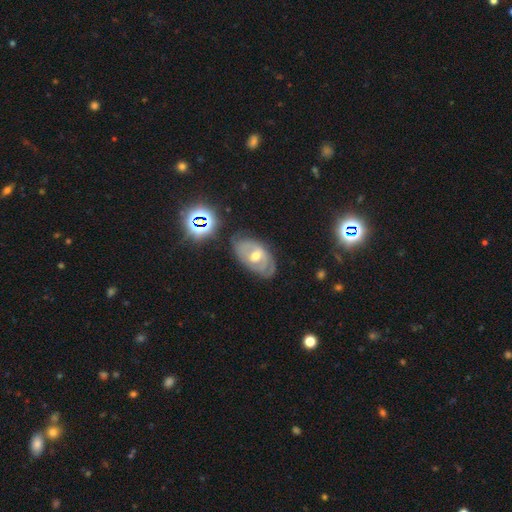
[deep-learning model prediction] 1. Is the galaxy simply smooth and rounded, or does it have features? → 69% featured or disk, 22% smooth, 9% star or artifact.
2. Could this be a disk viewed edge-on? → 94% no, 6% yes.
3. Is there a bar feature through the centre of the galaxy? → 44% weak (tied), 44% no (tied), 12% strong.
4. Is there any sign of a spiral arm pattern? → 75% yes, 25% no.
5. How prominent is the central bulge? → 72% moderate, 22% small, 4% large, 1% none, 1% dominant.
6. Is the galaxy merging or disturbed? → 66% none, 23% minor disturbance, 8% major disturbance, 3% merger.